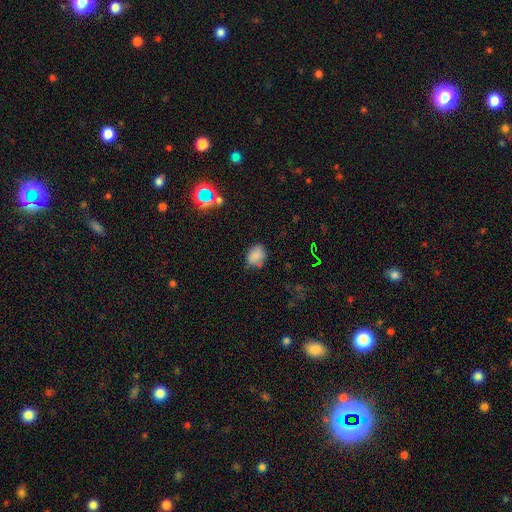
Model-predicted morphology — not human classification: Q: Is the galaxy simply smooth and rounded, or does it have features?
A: smooth — 81%.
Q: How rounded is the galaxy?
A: round — 53%.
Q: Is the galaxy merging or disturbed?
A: none — 71%.